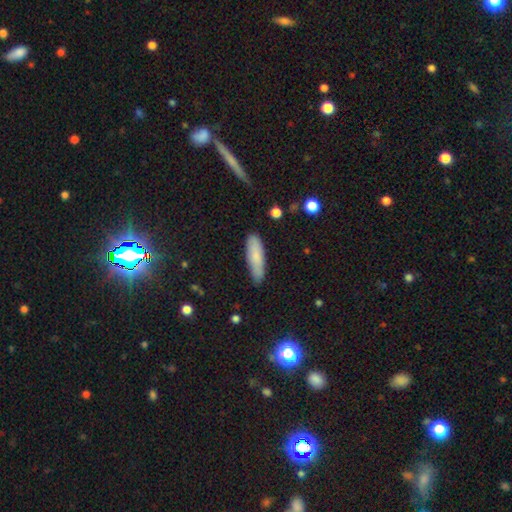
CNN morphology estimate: type=smooth (79%); roundness=cigar-shaped (56%); merging=none (82%).